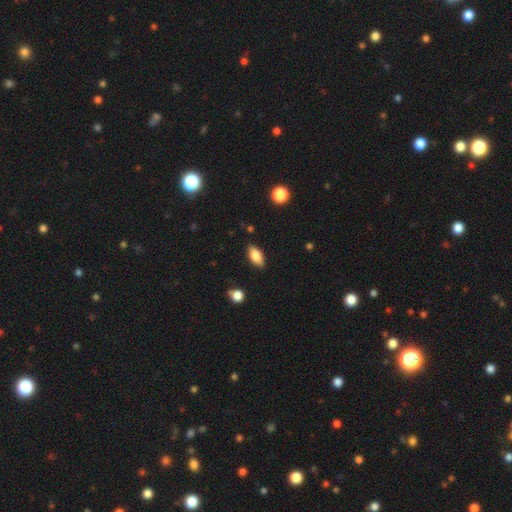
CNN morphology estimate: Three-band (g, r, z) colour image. It shows a smooth galaxy with no disk features (81%) that is in between round and cigar-shaped (88%). Merging: none (86%).